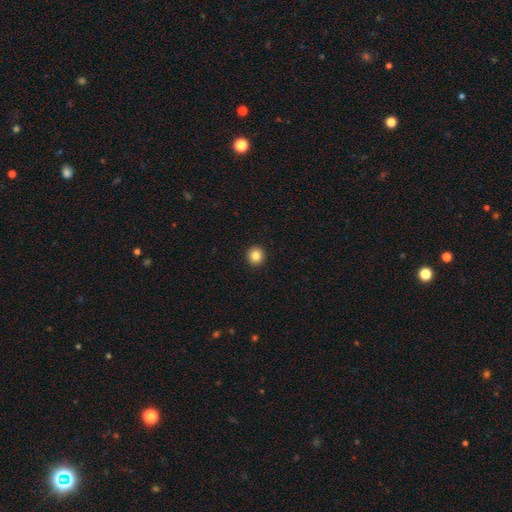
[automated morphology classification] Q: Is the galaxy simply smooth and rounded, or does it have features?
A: smooth — 84%.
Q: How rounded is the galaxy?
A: round — 95%.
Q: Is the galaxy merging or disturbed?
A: none — 94%.